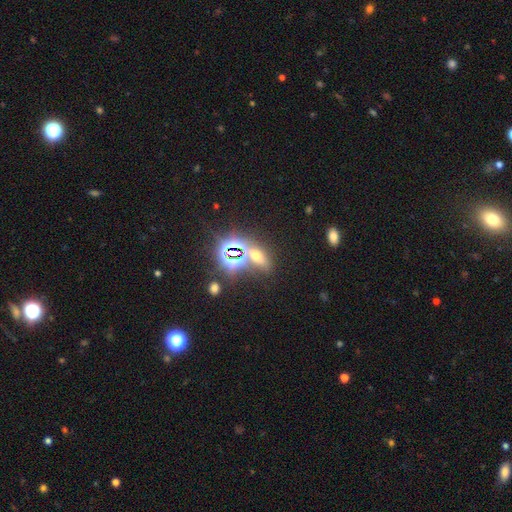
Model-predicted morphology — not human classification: Smooth or featured?
  - star or artifact: 53% *
  - smooth: 33%
  - featured or disk: 14%